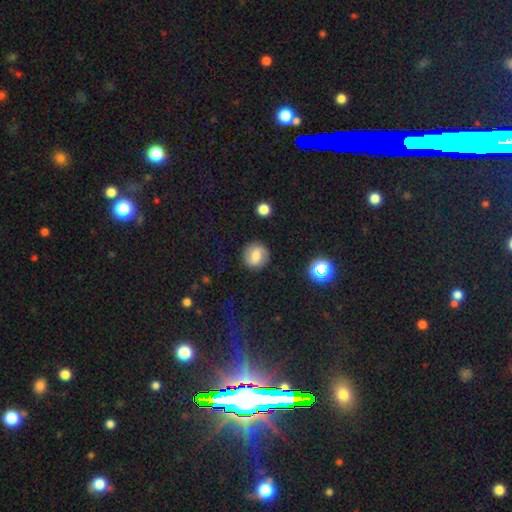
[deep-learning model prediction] Smooth or featured?
  - smooth: 59% *
  - featured or disk: 31%
  - star or artifact: 11%
How rounded?
  - round: 88% *
  - in between: 11%
  - cigar-shaped: 1%
Merging?
  - none: 86% *
  - minor disturbance: 9%
  - major disturbance: 3%
  - merger: 1%